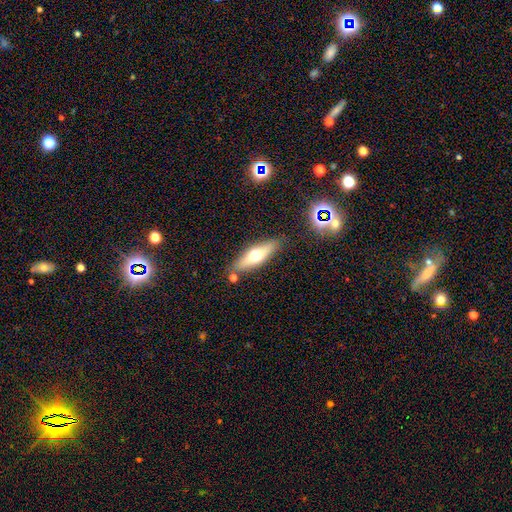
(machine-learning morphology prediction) smooth_or_featured: smooth (p=0.50) [alt: featured or disk p=0.43]
how_rounded: cigar-shaped (p=0.57) [alt: in between p=0.40]
merging: none (p=0.81) [alt: minor disturbance p=0.11]